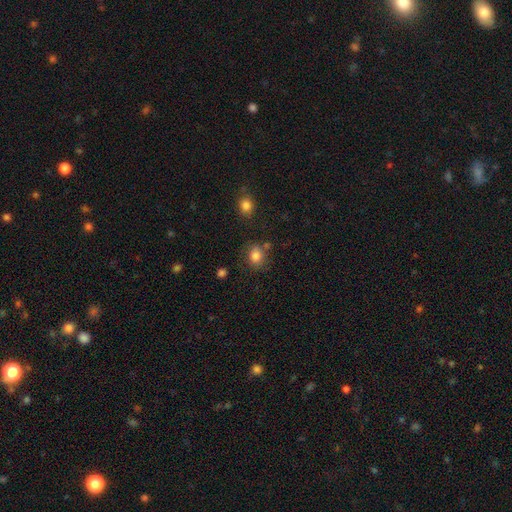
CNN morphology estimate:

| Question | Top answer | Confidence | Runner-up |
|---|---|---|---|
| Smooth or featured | smooth | 82% | star or artifact (11%) |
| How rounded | round | 62% | in between (37%) |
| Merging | none | 73% | minor disturbance (15%) |